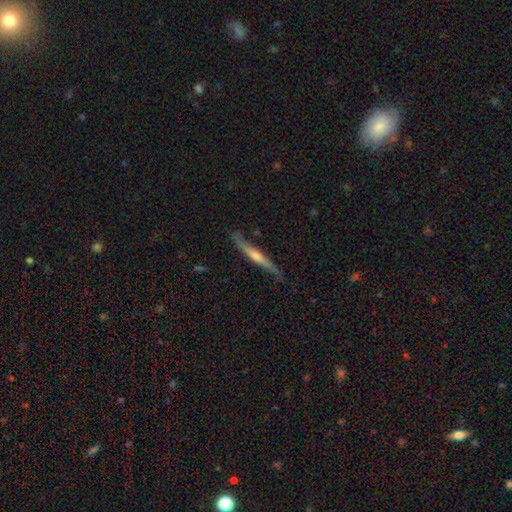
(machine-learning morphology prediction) Smooth or featured? featured or disk (72%)
Edge-on disk? yes (89%)
Edge-on bulge? rounded (70%)
Merging? none (75%)